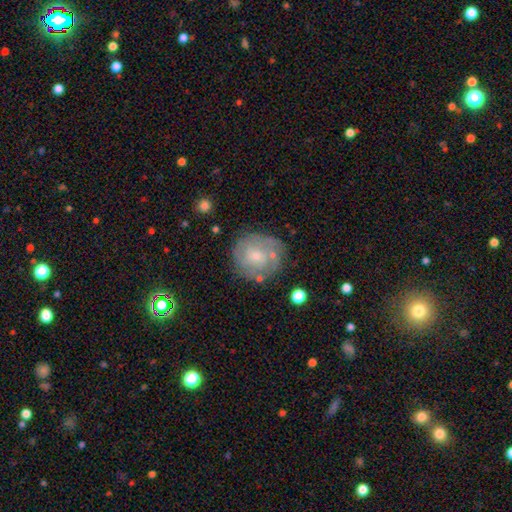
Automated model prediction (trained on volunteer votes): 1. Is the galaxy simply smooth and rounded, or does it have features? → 53% featured or disk, 40% smooth, 8% star or artifact.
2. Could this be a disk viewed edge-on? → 97% no, 3% yes.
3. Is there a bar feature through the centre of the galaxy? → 75% no, 22% weak, 3% strong.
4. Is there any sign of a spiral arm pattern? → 62% yes, 38% no.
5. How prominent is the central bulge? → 56% small, 36% moderate, 4% none, 2% large, 1% dominant.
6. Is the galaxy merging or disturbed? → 68% none, 19% minor disturbance, 8% major disturbance, 5% merger.